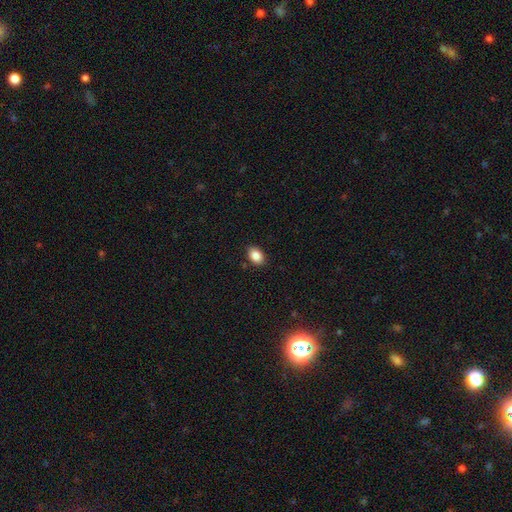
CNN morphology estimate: The model was most divided on "how rounded": in between: 83%, round: 15%, cigar-shaped: 1%. More confident: merging — none (88%); smooth or featured — smooth (86%).